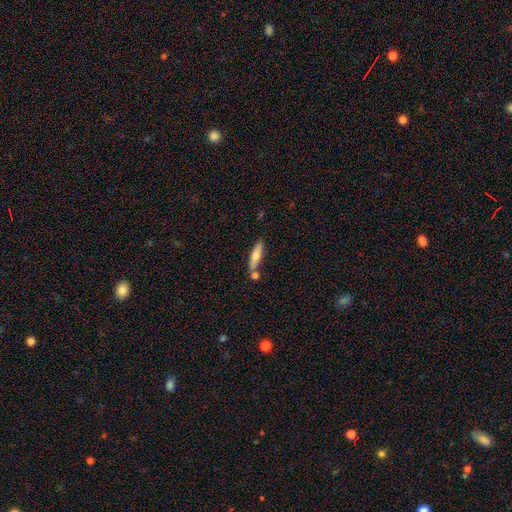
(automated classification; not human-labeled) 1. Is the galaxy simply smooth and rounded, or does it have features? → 65% smooth, 29% featured or disk, 6% star or artifact.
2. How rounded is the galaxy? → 74% cigar-shaped, 24% in between, 2% round.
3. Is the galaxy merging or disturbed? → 66% none, 18% merger, 13% minor disturbance, 3% major disturbance.